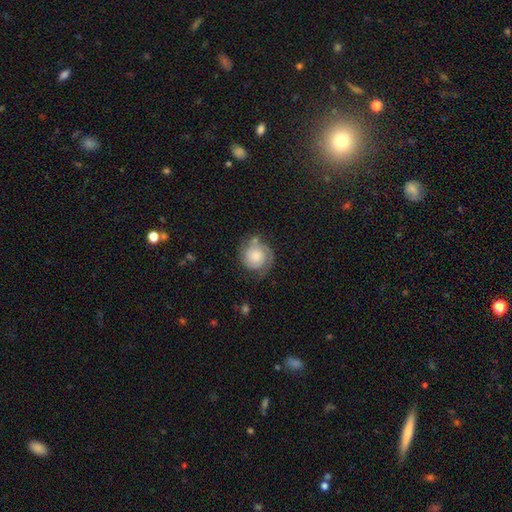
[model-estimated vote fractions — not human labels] Smooth or featured? featured or disk (68%)
Edge-on disk? no (98%)
Bar? no (77%)
Spiral arms? yes (93%)
Spiral winding? tight (62%)
Spiral arm count? 2 (65%)
Bulge size? moderate (38%)
Merging? none (65%)